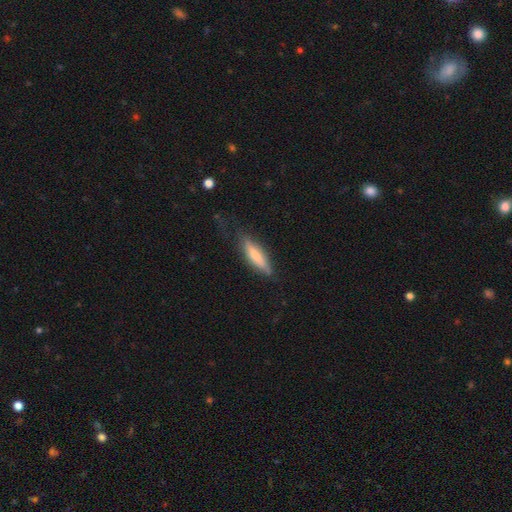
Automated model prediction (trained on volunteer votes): Smooth or featured: smooth — 68% (featured or disk — 26%)
How rounded: cigar-shaped — 71% (in between — 27%)
Merging: none — 67% (minor disturbance — 24%)